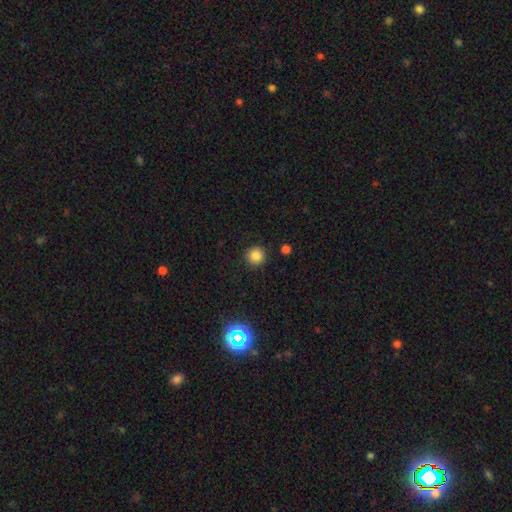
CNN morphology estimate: A smooth galaxy with no disk features (83%) that is round (95%).

Vote fractions:
- Smooth or featured? smooth: 83% / star or artifact: 12% / featured or disk: 5%
- How rounded? round: 95% / in between: 4% / cigar-shaped: 1%
- Merging? none: 91% / minor disturbance: 5% / major disturbance: 2% / merger: 1%